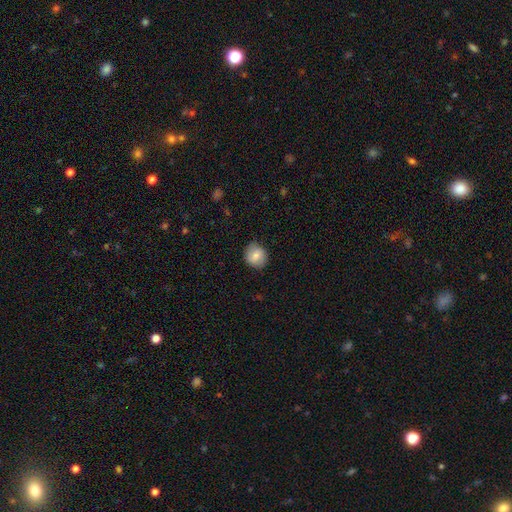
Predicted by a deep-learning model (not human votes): Q: Smooth or featured?
A: smooth (72%); runner-up: featured or disk (20%)
Q: How rounded?
A: round (78%); runner-up: in between (21%)
Q: Merging?
A: none (81%); runner-up: minor disturbance (15%)